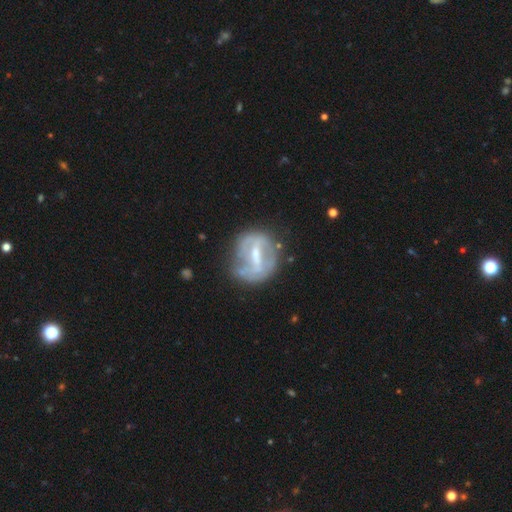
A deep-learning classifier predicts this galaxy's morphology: The model was most divided on "bulge size" (2-way tie): moderate: 42%, small: 42%, none: 11%, large: 4%, dominant: 1%. More confident: edge-on disk — no (95%); smooth or featured — featured or disk (73%); merging — none (58%); spiral arms — yes (58%); bar — strong (51%).